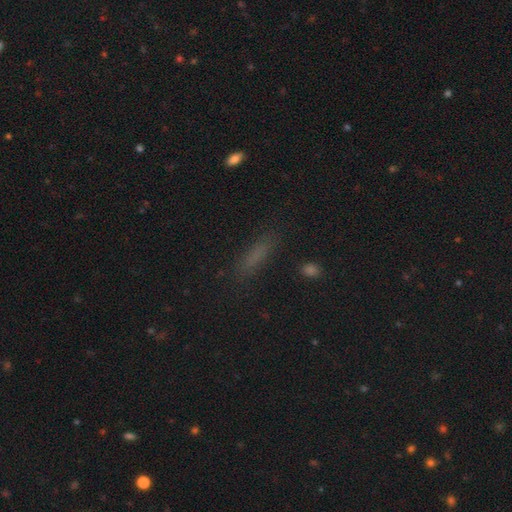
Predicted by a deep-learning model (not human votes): A smooth galaxy with no disk features (68%) that is cigar-shaped (73%).

Vote fractions:
- Smooth or featured? smooth: 68% / star or artifact: 19% / featured or disk: 14%
- How rounded? cigar-shaped: 73% / in between: 24% / round: 3%
- Merging? none: 80% / minor disturbance: 13% / major disturbance: 5% / merger: 2%